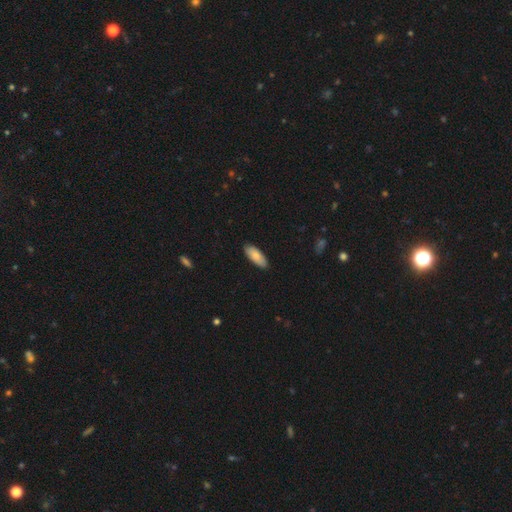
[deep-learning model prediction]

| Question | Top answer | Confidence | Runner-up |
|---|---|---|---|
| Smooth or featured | smooth | 82% | featured or disk (13%) |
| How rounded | in between | 78% | cigar-shaped (20%) |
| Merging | none | 88% | minor disturbance (9%) |